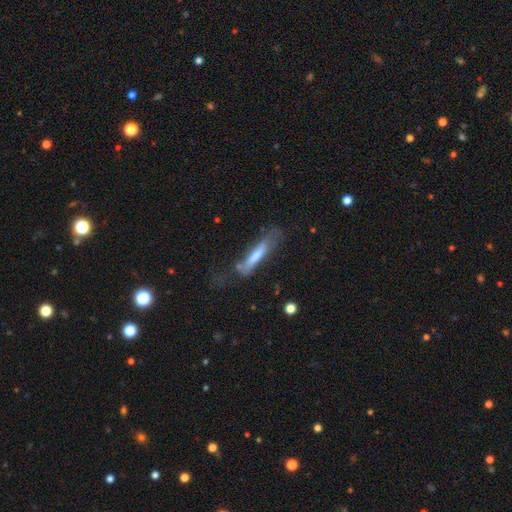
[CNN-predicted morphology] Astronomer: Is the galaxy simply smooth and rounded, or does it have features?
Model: smooth — 58% (runner-up: featured or disk, 34%).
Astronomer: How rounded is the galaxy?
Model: cigar-shaped — 87%.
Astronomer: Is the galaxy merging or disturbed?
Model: none — 51%.